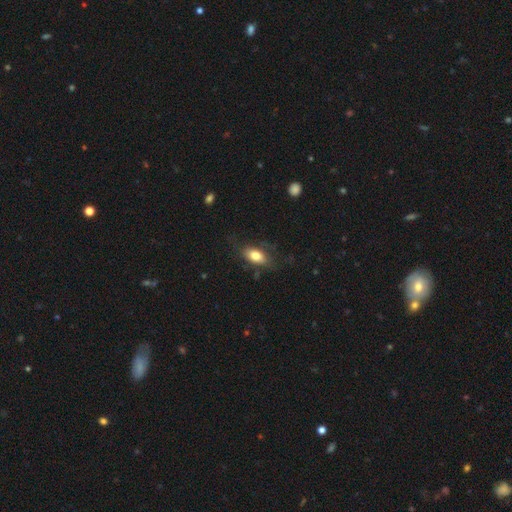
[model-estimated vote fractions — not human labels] smooth_or_featured: smooth (p=0.76) [alt: featured or disk p=0.17]
how_rounded: in between (p=0.88) [alt: round p=0.07]
merging: none (p=0.65) [alt: minor disturbance p=0.22]